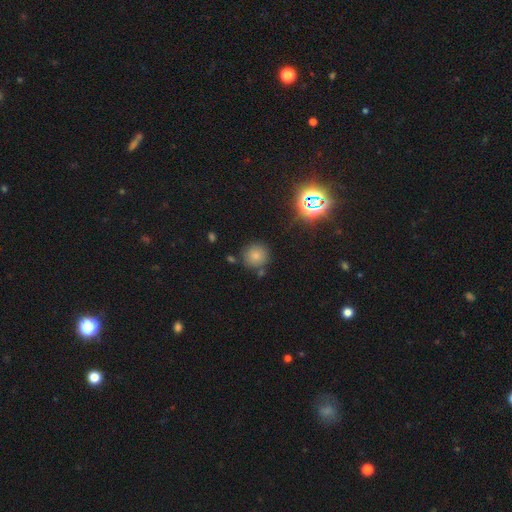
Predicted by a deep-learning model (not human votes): This is likely a smooth galaxy (75%). How rounded: clearly round (93%). Merging: likely none (80%).